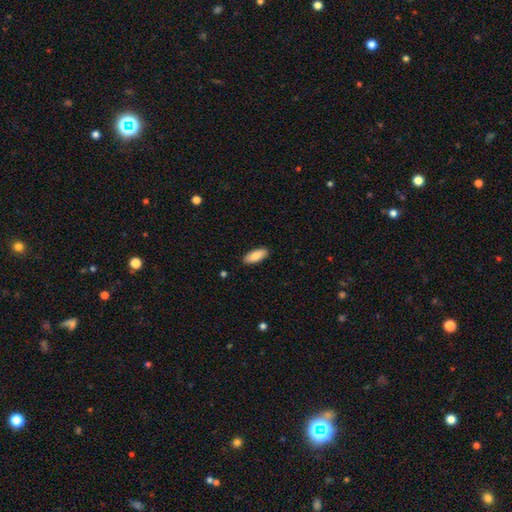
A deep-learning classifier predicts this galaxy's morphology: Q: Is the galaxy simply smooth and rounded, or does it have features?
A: smooth — 85%.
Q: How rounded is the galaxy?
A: in between — 83%.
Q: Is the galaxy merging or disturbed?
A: none — 90%.